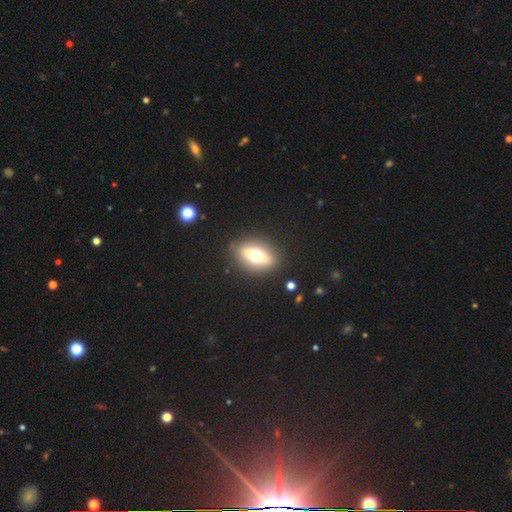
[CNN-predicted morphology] smooth 50%, featured or disk 40%, star or artifact 10%. Down the decision tree: merging — none (86%).